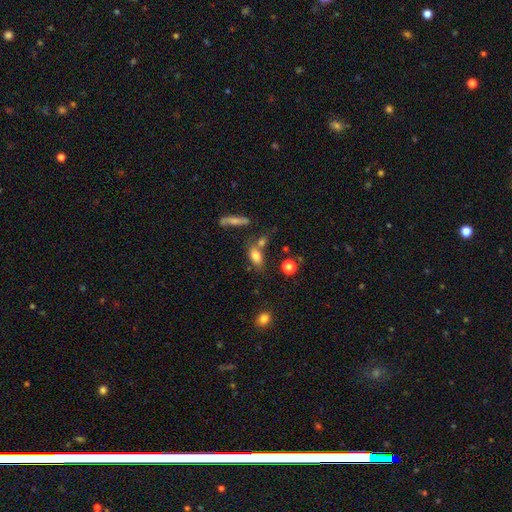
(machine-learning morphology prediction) A smooth galaxy with no disk features (77%) that is in between round and cigar-shaped (83%). Merging: none (53%).